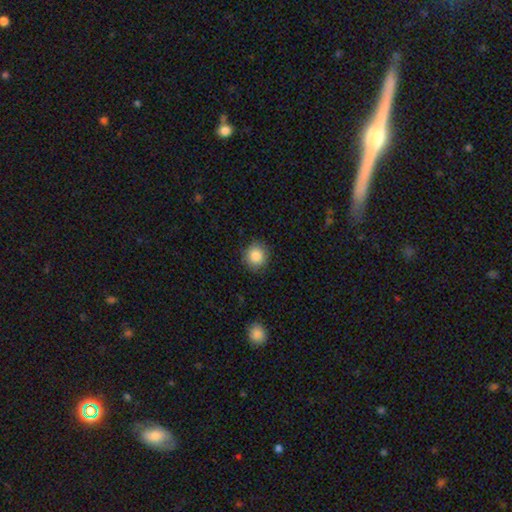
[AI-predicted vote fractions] The model was most divided on "smooth or featured": smooth: 86%, star or artifact: 9%, featured or disk: 5%. More confident: how rounded — round (92%); merging — none (89%).